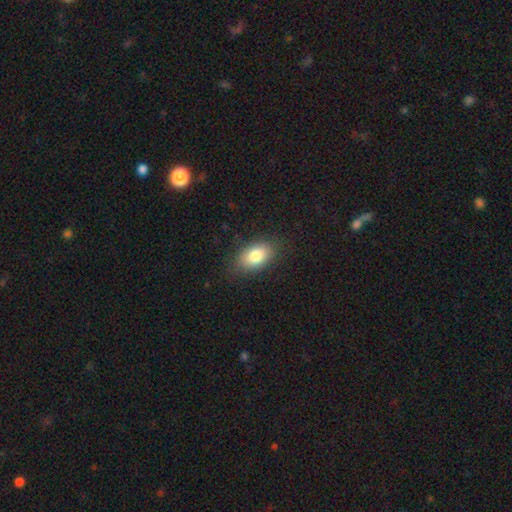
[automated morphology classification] Smooth or featured?
  - smooth: 82% *
  - featured or disk: 10%
  - star or artifact: 8%
How rounded?
  - in between: 89% *
  - round: 10%
  - cigar-shaped: 2%
Merging?
  - none: 84% *
  - minor disturbance: 12%
  - major disturbance: 3%
  - merger: 1%